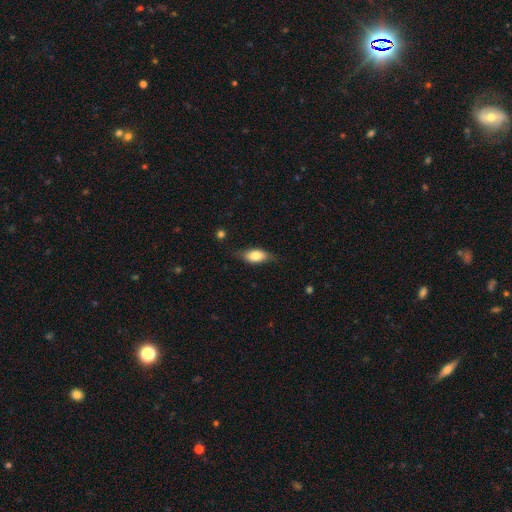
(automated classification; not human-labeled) Q: Smooth or featured?
A: smooth (74%); runner-up: featured or disk (20%)
Q: How rounded?
A: in between (85%); runner-up: cigar-shaped (10%)
Q: Merging?
A: none (71%); runner-up: minor disturbance (22%)